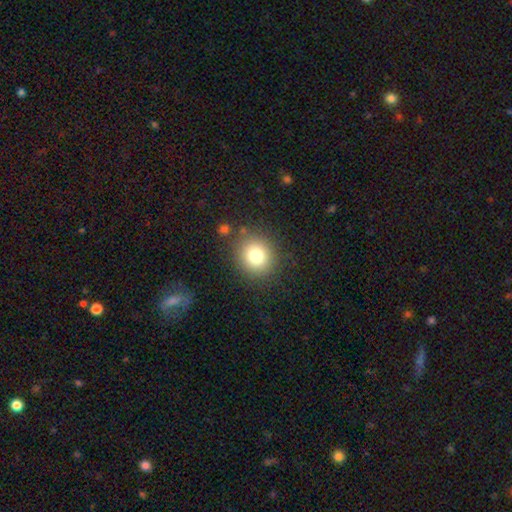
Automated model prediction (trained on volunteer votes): A smooth galaxy with no disk features (78%) that is round (85%).

Vote fractions:
- Smooth or featured? smooth: 78% / star or artifact: 12% / featured or disk: 9%
- How rounded? round: 85% / in between: 14% / cigar-shaped: 1%
- Merging? none: 85% / minor disturbance: 8% / major disturbance: 4% / merger: 3%